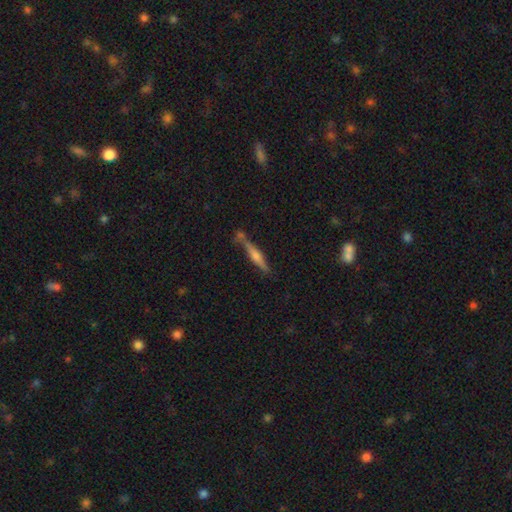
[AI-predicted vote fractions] A featured or disk galaxy (58%) viewed edge-on (96%) with a rounded central bulge (76%). Merging: none (68%).